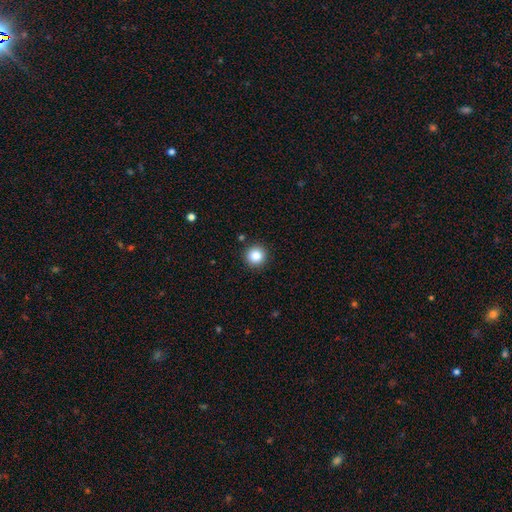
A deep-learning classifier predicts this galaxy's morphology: Smooth or featured?
  - smooth: 85% *
  - star or artifact: 10%
  - featured or disk: 4%
How rounded?
  - round: 95% *
  - in between: 4%
  - cigar-shaped: 1%
Merging?
  - none: 91% *
  - minor disturbance: 6%
  - major disturbance: 2%
  - merger: 1%